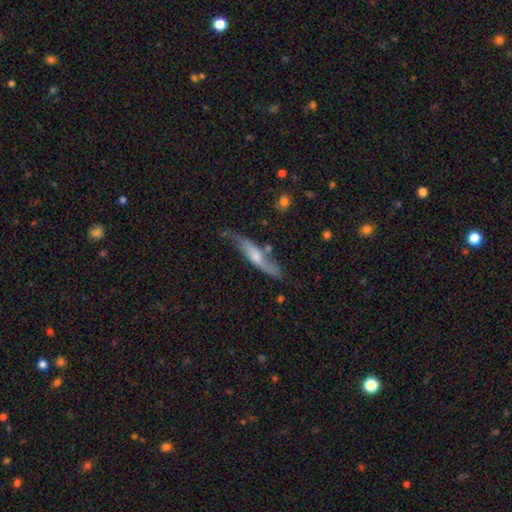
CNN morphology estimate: This appears to be a featured or disk galaxy (55%) viewed edge-on (65%). Merging: none (62%).